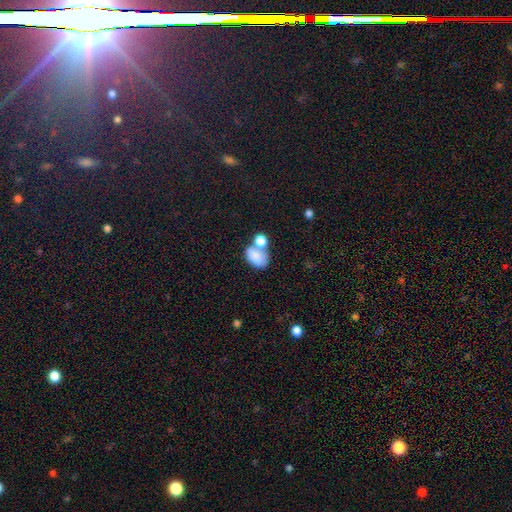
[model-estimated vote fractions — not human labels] A smooth galaxy with no disk features (78%) that is in between round and cigar-shaped (80%). Merging: merger (42%).